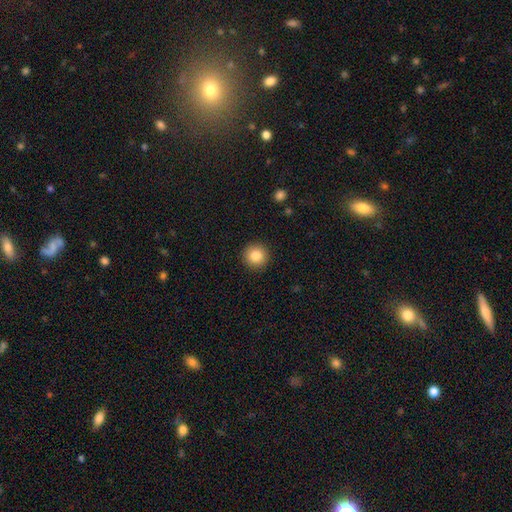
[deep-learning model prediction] Smooth or featured?
  - smooth: 84% *
  - star or artifact: 9%
  - featured or disk: 6%
How rounded?
  - round: 96% *
  - in between: 3%
  - cigar-shaped: 1%
Merging?
  - none: 93% *
  - minor disturbance: 5%
  - major disturbance: 2%
  - merger: 1%